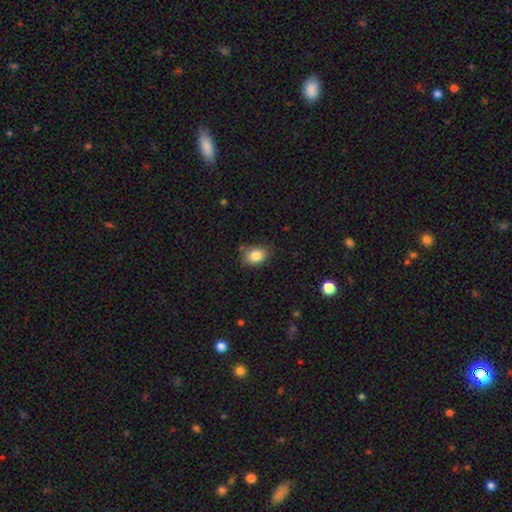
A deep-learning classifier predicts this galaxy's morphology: Smooth or featured? smooth (84%)
How rounded? in between (64%)
Merging? none (76%)